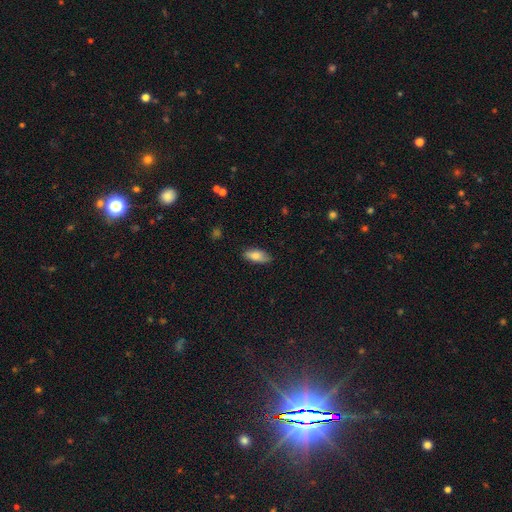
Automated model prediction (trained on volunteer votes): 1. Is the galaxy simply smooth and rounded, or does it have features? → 79% smooth, 14% featured or disk, 7% star or artifact.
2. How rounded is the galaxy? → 81% in between, 16% cigar-shaped, 3% round.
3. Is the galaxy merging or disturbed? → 81% none, 15% minor disturbance, 3% major disturbance, 1% merger.